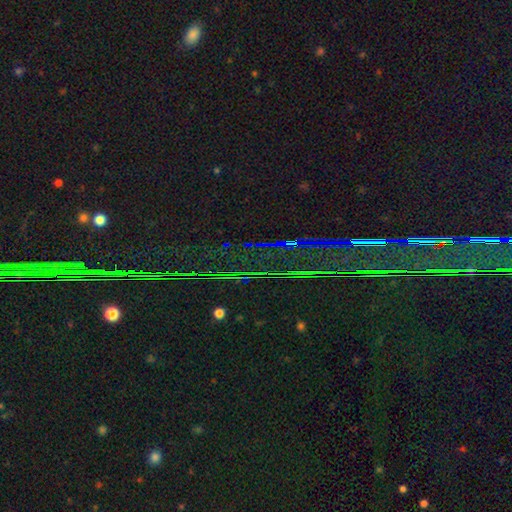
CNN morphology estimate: A star or artifact, not a galaxy (87%).